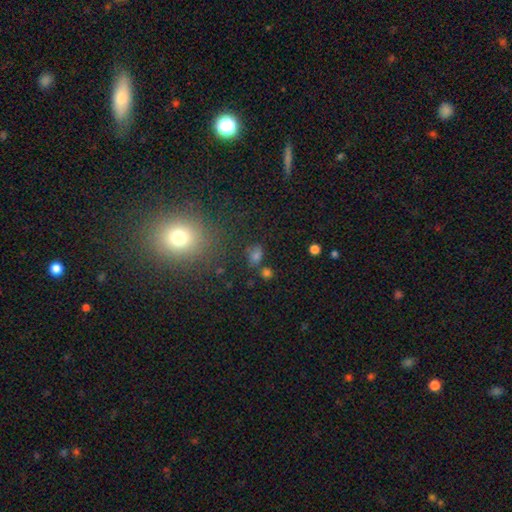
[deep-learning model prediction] Overall: smooth (60%; star or artifact 30%). How rounded: in between (51%; round 46%). Merging: none (73%).